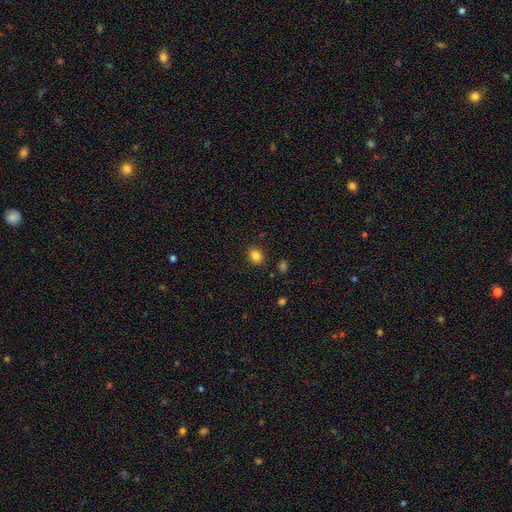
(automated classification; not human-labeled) This is clearly a smooth galaxy (84%). How rounded: likely round (63%). Merging: clearly none (87%).